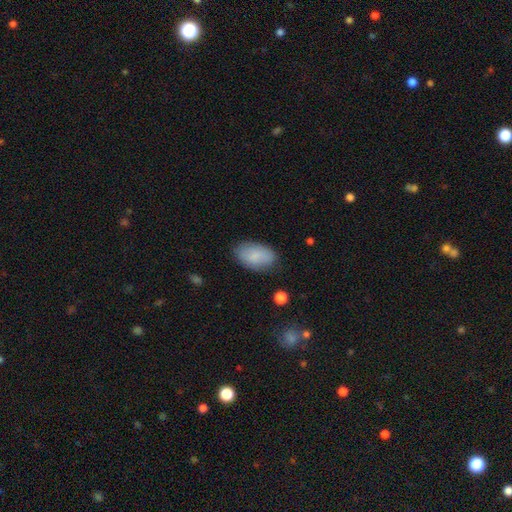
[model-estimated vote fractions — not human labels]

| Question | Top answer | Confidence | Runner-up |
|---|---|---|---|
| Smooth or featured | smooth | 83% | featured or disk (10%) |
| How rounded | in between | 93% | round (5%) |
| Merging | none | 80% | minor disturbance (15%) |